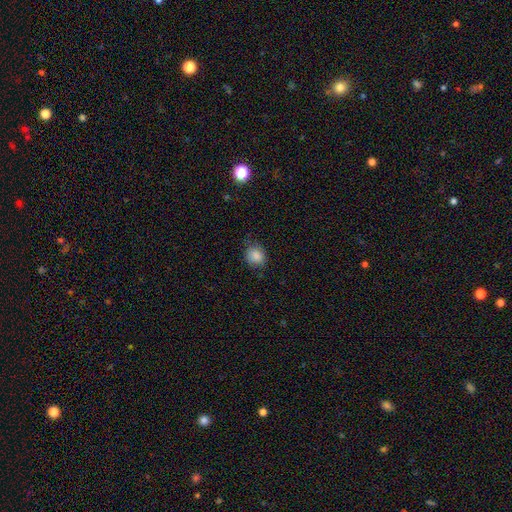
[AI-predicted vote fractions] smooth_or_featured: smooth (p=0.84) [alt: star or artifact p=0.09]
how_rounded: round (p=0.73) [alt: in between p=0.26]
merging: none (p=0.73) [alt: minor disturbance p=0.21]